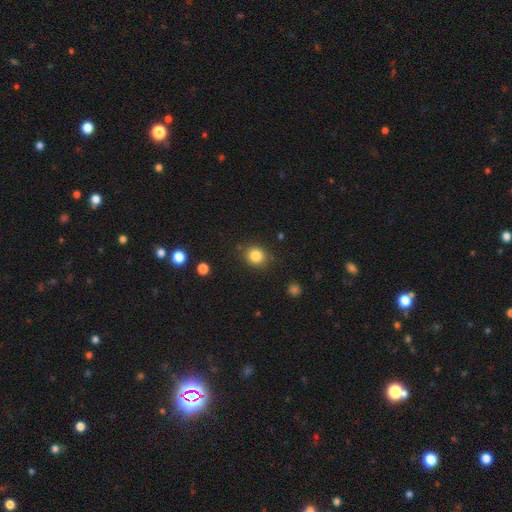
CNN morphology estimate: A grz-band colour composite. It shows a smooth galaxy with no disk features (84%) that is round (76%). Merging: none (84%).